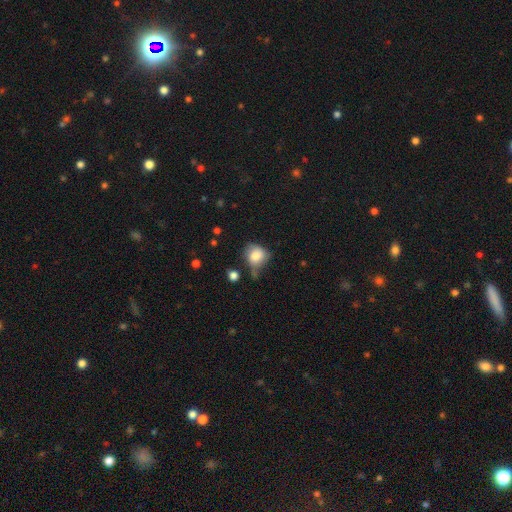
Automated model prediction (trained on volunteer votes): Smooth or featured?
  - smooth: 78% *
  - featured or disk: 13%
  - star or artifact: 9%
How rounded?
  - round: 69% *
  - in between: 30%
  - cigar-shaped: 1%
Merging?
  - none: 45% *
  - minor disturbance: 33%
  - major disturbance: 14%
  - merger: 9%